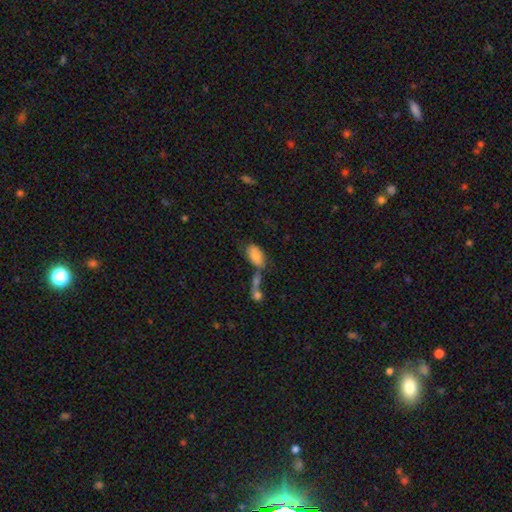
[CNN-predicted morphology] type=smooth (79%); roundness=in between (93%); merging=none (42%).